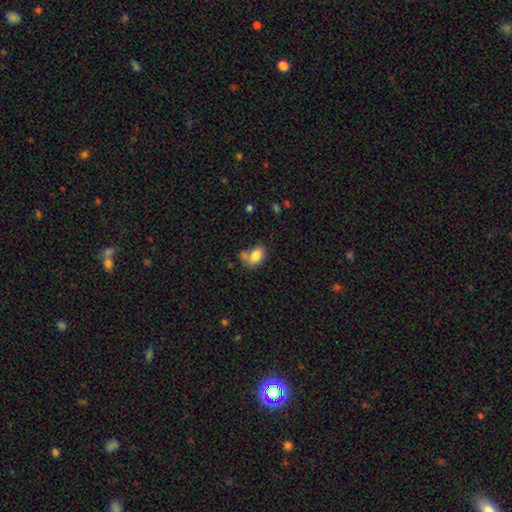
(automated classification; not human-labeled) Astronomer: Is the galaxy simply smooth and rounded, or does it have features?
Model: smooth — 80%.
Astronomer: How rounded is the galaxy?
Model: in between — 82%.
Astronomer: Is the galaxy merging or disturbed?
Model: none — 43% (runner-up: merger, 25%).